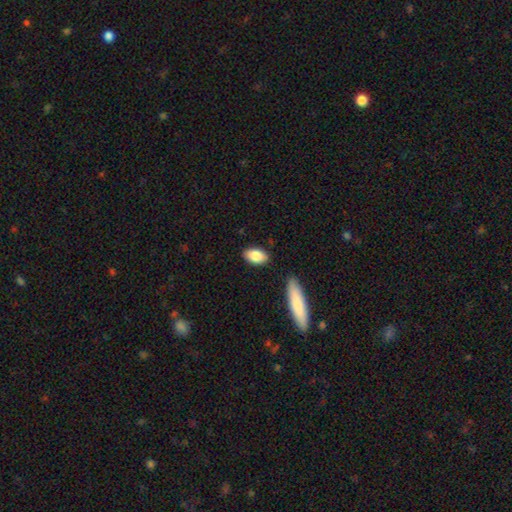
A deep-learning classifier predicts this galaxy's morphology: A smooth galaxy with no disk features (84%) that is in between round and cigar-shaped (92%). Merging: none (86%).